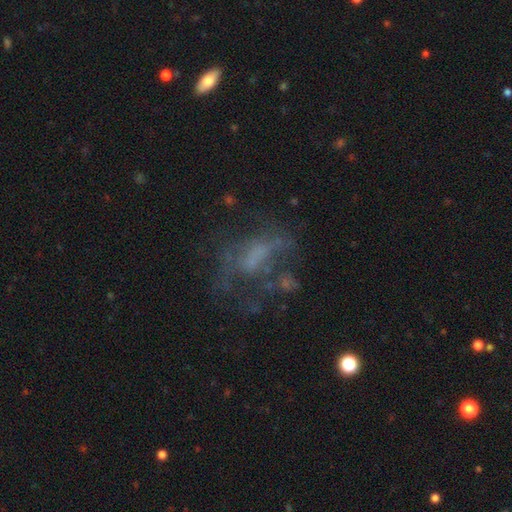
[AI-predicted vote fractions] smooth-or-featured: featured or disk: 52% | smooth: 26% | star or artifact: 22%
  disk-edge-on: no: 95% | yes: 5%
  merging: none: 41% | major disturbance: 35% | minor disturbance: 17% | merger: 7%